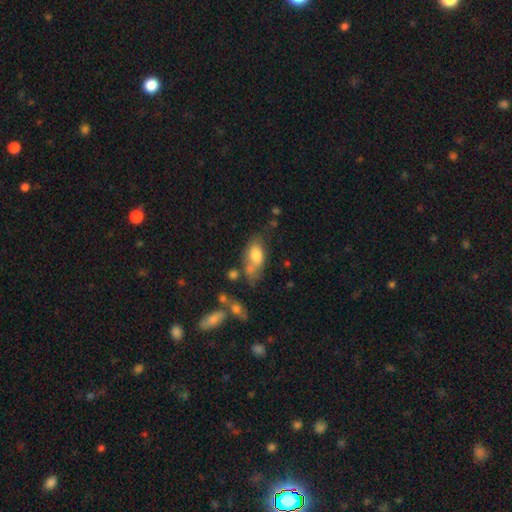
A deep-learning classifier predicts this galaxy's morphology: smooth-or-featured: smooth: 73% | featured or disk: 19% | star or artifact: 8%
  how-rounded: in between: 86% | round: 8% | cigar-shaped: 6%
  merging: none: 40% | minor disturbance: 26% | merger: 20% | major disturbance: 14%